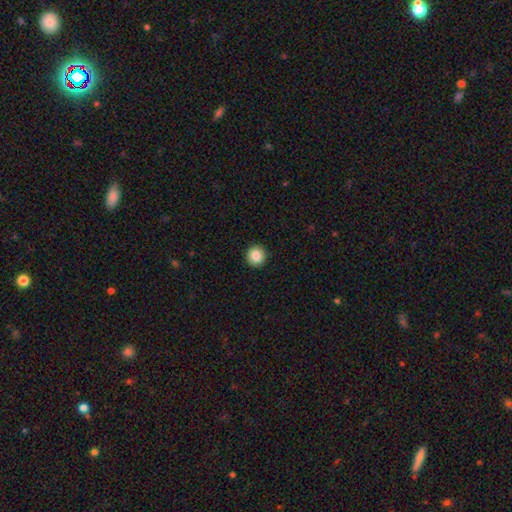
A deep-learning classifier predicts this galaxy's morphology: Smooth or featured: smooth — 86% (star or artifact — 9%)
How rounded: round — 94% (in between — 5%)
Merging: none — 93% (minor disturbance — 4%)